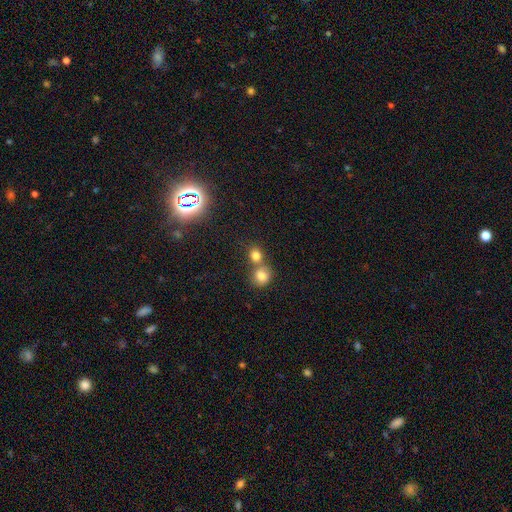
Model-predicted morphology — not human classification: A smooth galaxy with no disk features (78%) that is round (79%). Merging: none (48%).